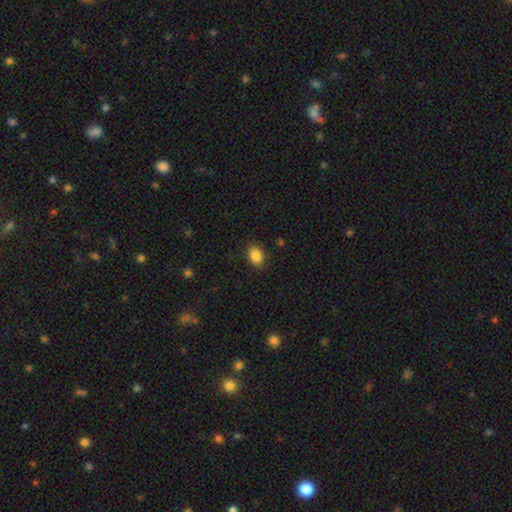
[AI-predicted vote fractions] A smooth galaxy with no disk features (87%) that is in between round and cigar-shaped (74%). Merging: none (87%).